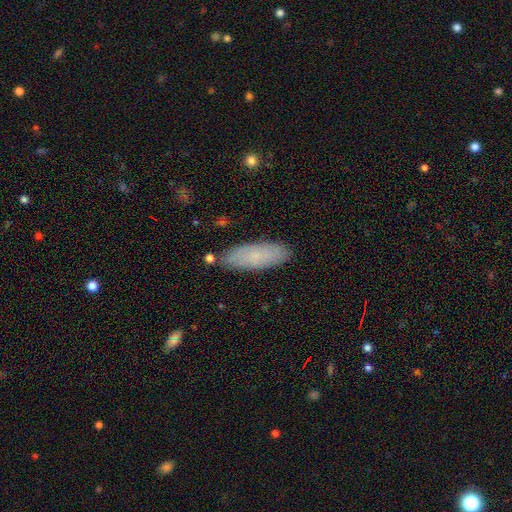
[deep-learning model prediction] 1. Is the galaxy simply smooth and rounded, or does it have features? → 74% smooth, 19% featured or disk, 8% star or artifact.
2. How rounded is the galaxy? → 62% in between, 36% cigar-shaped, 2% round.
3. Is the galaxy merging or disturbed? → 84% none, 12% minor disturbance, 2% major disturbance, 2% merger.